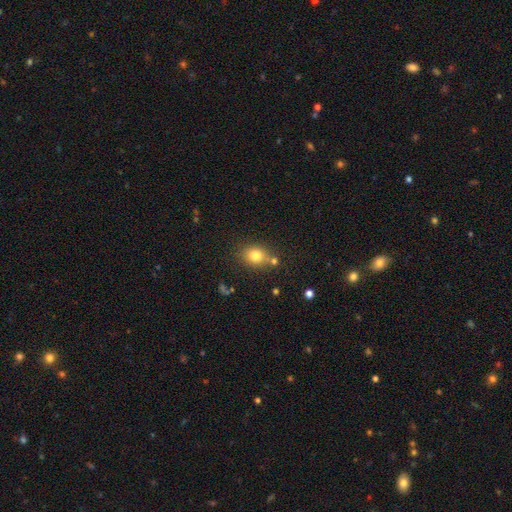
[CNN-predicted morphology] The model was most divided on "how rounded": round: 57%, in between: 42%, cigar-shaped: 1%. More confident: smooth or featured — smooth (78%); merging — none (68%).